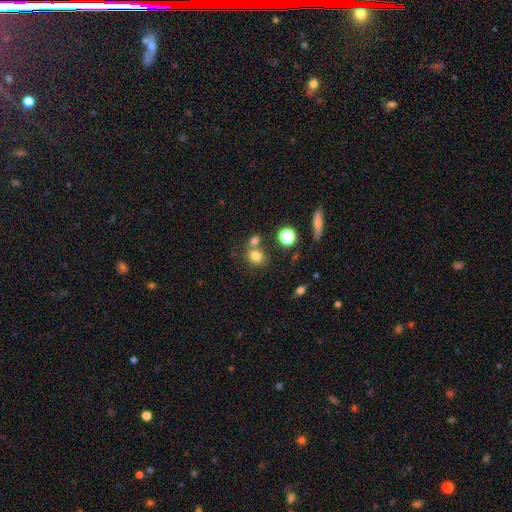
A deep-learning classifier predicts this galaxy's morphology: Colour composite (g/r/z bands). It shows a smooth galaxy with no disk features (77%) that is round (70%). Merging: none (56%).